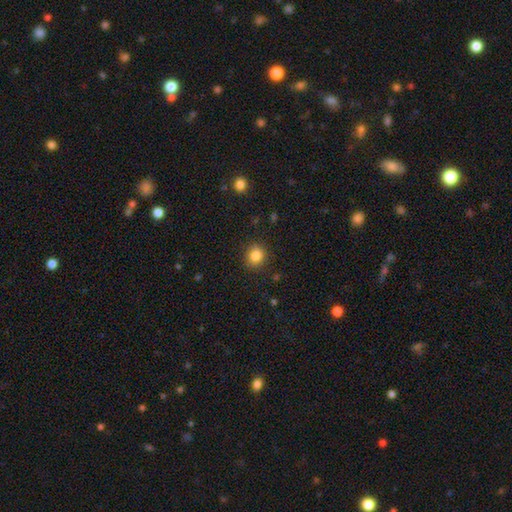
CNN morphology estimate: A smooth galaxy with no disk features (85%) that is round (81%). Merging: none (89%).